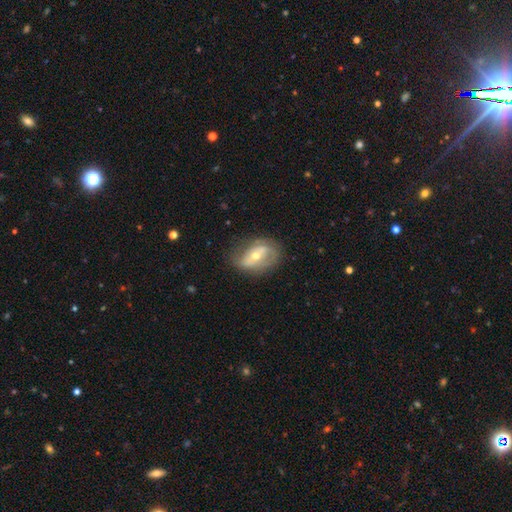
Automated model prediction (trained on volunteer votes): featured or disk 63%, smooth 30%, star or artifact 7%. Down the decision tree: edge-on disk — no (93%); bar — no (38%); spiral arms — yes (58%); bulge size — moderate (63%); merging — none (62%).